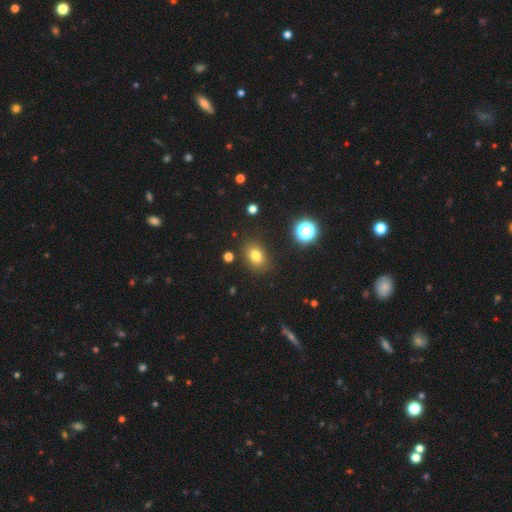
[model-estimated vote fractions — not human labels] Smooth or featured: smooth — 77% (star or artifact — 15%)
How rounded: in between — 67% (round — 32%)
Merging: none — 84% (minor disturbance — 10%)